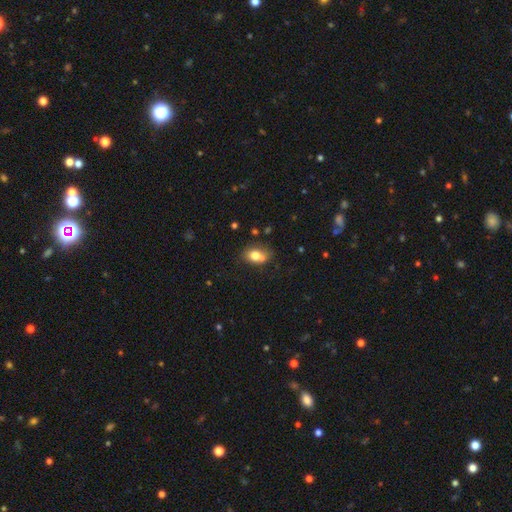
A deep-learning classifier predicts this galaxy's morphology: The model was most divided on "merging": none: 49%, merger: 25%, minor disturbance: 20%, major disturbance: 6%. More confident: smooth or featured — smooth (76%); how rounded — in between (71%).